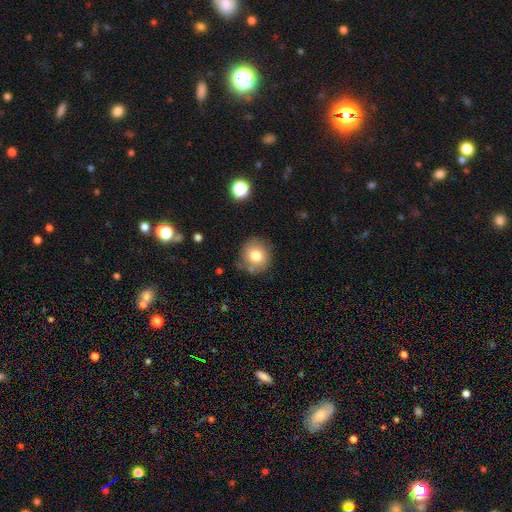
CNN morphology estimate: Smooth or featured?
  - smooth: 77% *
  - featured or disk: 12%
  - star or artifact: 11%
How rounded?
  - round: 88% *
  - in between: 11%
  - cigar-shaped: 1%
Merging?
  - none: 80% *
  - minor disturbance: 13%
  - merger: 4%
  - major disturbance: 3%